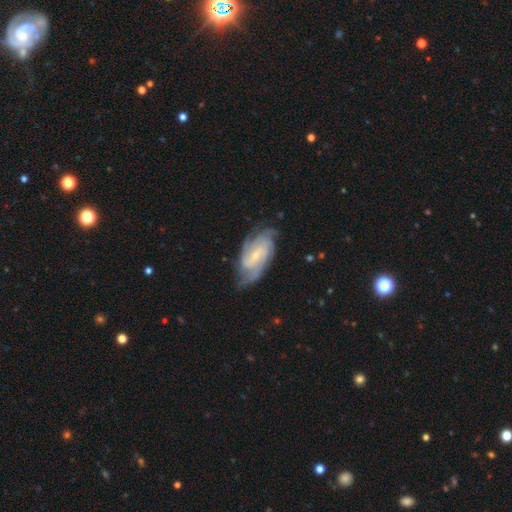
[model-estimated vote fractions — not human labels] Smooth or featured? Predicted: featured or disk (p=0.84). Edge-on disk? Predicted: no (p=0.95). Bar? Predicted: no (p=0.43, tied with weak). Spiral arms? Predicted: yes (p=0.96). Spiral winding? Predicted: tight (p=0.51). Spiral arm count? Predicted: 3 (p=0.26). Bulge size? Predicted: small (p=0.72). Merging? Predicted: none (p=0.74).